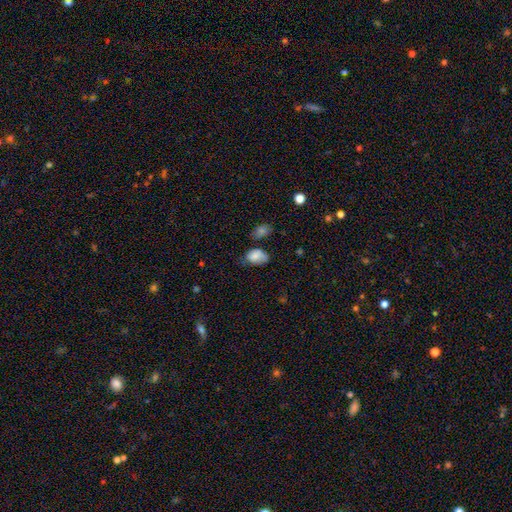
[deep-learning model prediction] Q: Smooth or featured?
A: smooth (79%); runner-up: featured or disk (13%)
Q: How rounded?
A: in between (86%); runner-up: round (13%)
Q: Merging?
A: none (42%); runner-up: minor disturbance (37%)